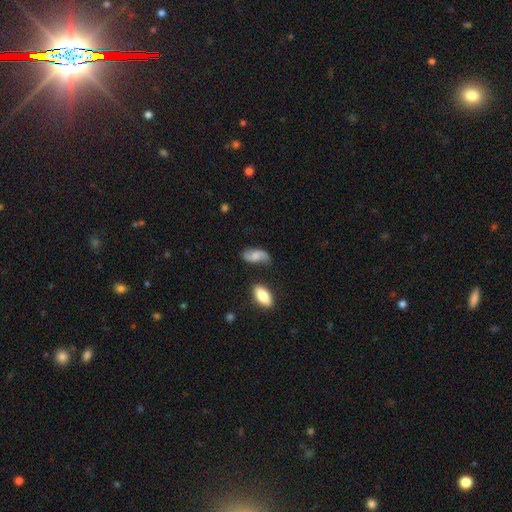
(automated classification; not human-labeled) Morphology: type=featured or disk (54%); edge-on=no (94%); bar=no (61%); spiral arms=yes (91%); bulge=moderate (30%); merging=none (69%).